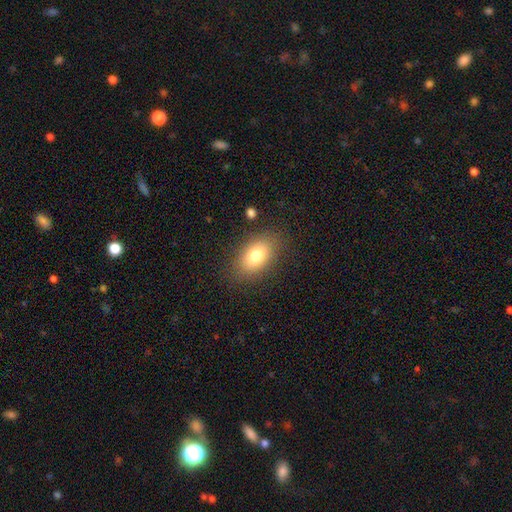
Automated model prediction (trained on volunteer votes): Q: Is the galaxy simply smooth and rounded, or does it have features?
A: smooth — 77%.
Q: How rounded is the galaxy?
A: in between — 86%.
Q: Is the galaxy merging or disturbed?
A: none — 83%.